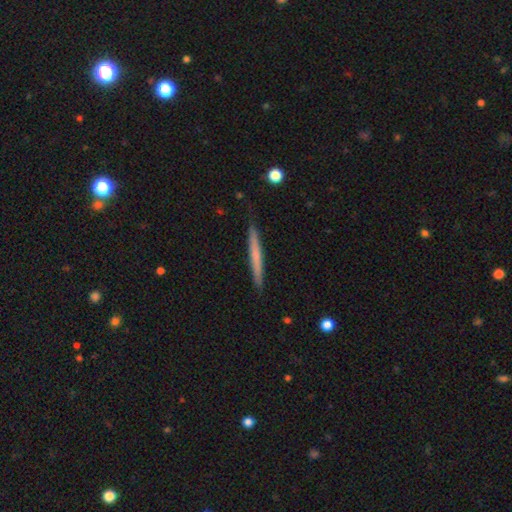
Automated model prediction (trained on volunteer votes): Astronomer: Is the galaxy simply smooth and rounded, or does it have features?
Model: smooth — 56% (runner-up: featured or disk, 39%).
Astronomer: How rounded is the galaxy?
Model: cigar-shaped — 97%.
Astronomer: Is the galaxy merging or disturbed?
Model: none — 89%.